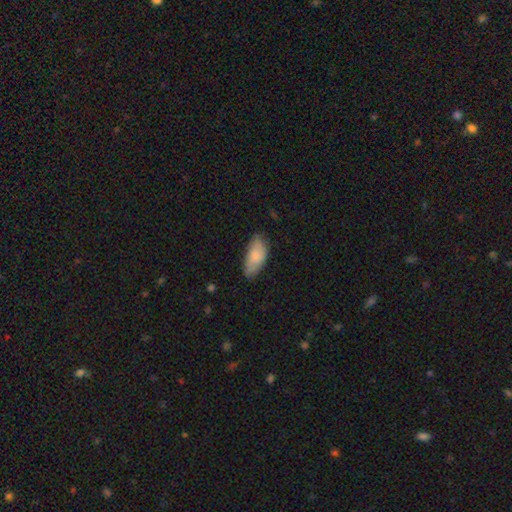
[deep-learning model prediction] This is likely a smooth galaxy (78%). How rounded: clearly in between (89%). Merging: likely none (65%).